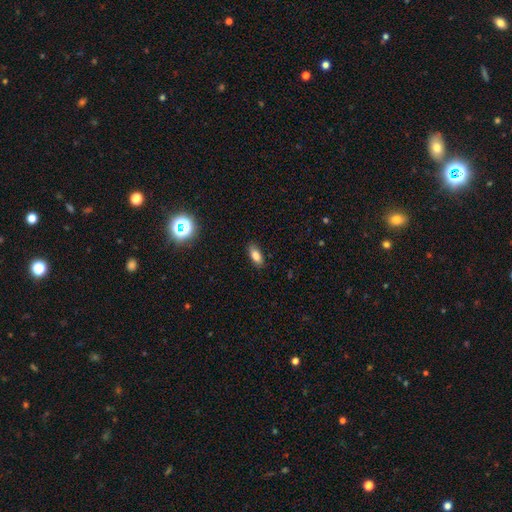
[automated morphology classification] The model was most divided on "merging": none: 84%, minor disturbance: 12%, major disturbance: 3%, merger: 1%. More confident: how rounded — in between (85%); smooth or featured — smooth (83%).